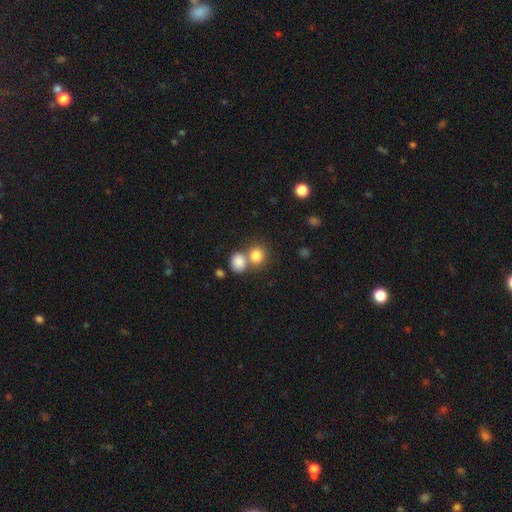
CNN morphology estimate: smooth_or_featured: smooth (p=0.82) [alt: star or artifact p=0.10]
how_rounded: round (p=0.82) [alt: in between p=0.17]
merging: none (p=0.48) [alt: merger p=0.42]